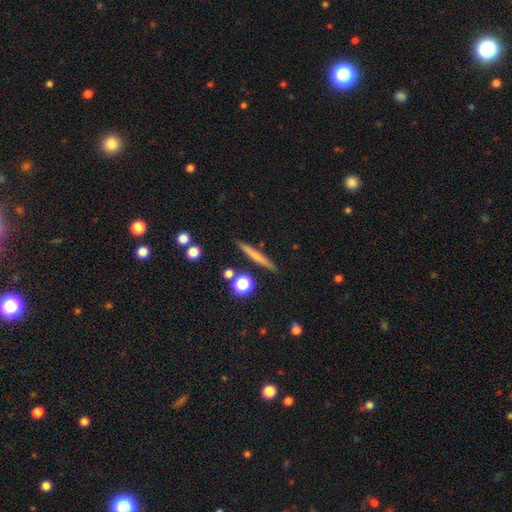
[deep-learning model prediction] Overall: smooth (61%; featured or disk 31%). How rounded: cigar-shaped (93%). Merging: none (88%).